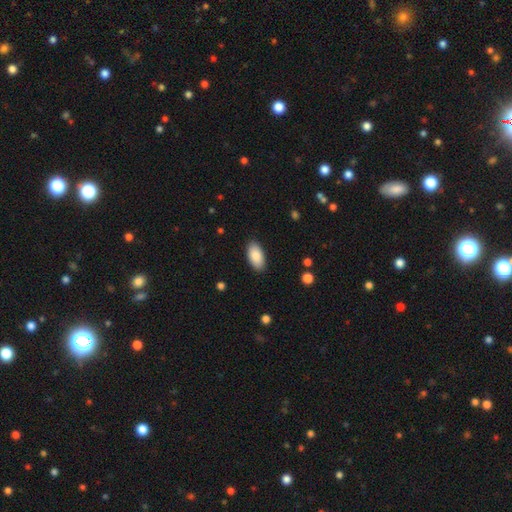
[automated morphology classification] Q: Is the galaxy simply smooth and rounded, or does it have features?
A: smooth — 86%.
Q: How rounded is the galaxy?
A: in between — 95%.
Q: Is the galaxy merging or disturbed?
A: none — 88%.